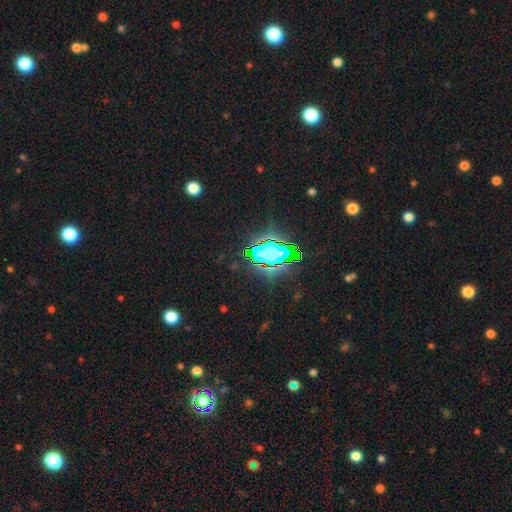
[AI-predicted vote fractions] A star or artifact, not a galaxy (77%).